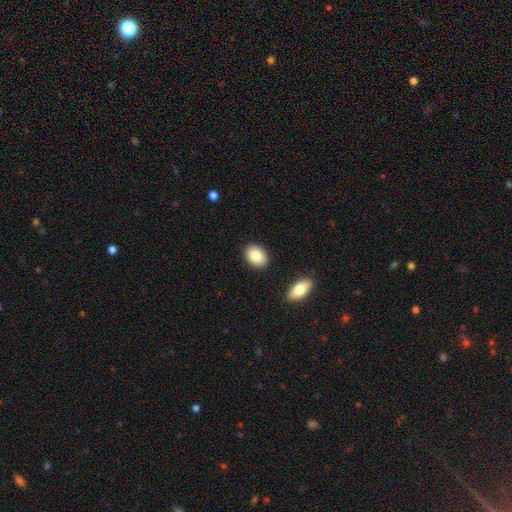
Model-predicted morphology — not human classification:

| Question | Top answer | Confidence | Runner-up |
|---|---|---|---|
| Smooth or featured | smooth | 84% | featured or disk (9%) |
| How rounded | in between | 80% | round (19%) |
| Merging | none | 88% | minor disturbance (8%) |